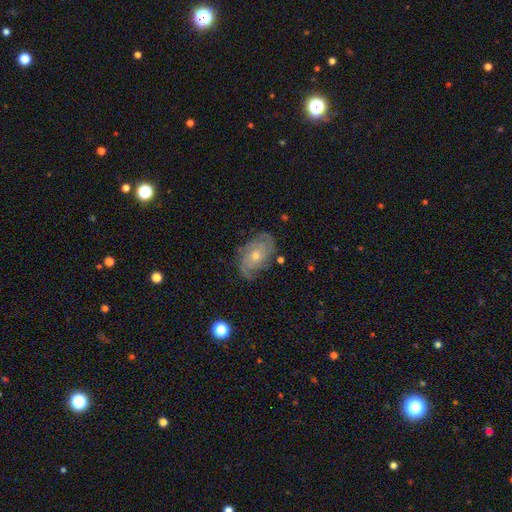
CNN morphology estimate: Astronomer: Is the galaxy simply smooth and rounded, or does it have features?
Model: featured or disk — 79%.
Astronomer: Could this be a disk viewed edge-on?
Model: no — 95%.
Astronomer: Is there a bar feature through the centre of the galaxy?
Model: no — 79%.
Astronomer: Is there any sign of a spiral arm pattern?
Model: yes — 93%.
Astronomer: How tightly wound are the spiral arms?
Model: tight — 55% (runner-up: medium, 33%).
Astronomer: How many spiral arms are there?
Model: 2 — 39% (runner-up: can't tell, 28%).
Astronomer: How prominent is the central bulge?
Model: small — 49% (runner-up: moderate, 48%).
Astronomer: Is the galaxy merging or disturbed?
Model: none — 75%.